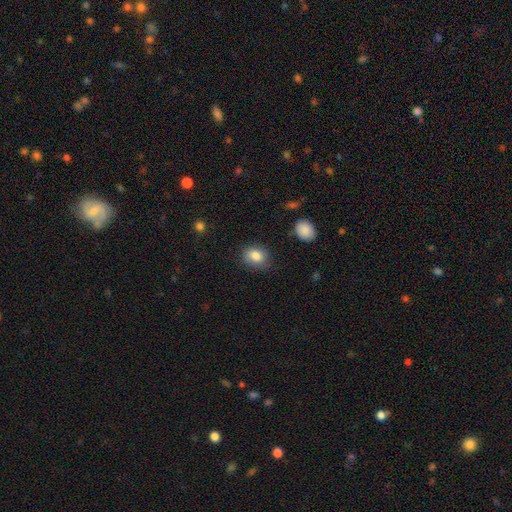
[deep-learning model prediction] This appears to be a smooth galaxy with no disk features (84%) that is in between round and cigar-shaped (54%). Merging: none (74%).